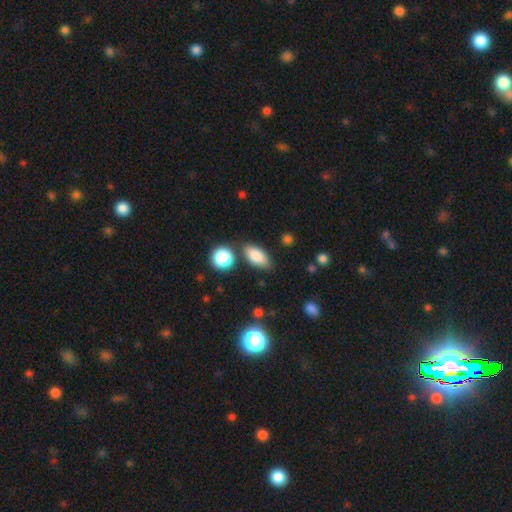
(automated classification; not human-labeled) Overall: smooth (81%). How rounded: in between (85%). Merging: none (77%).